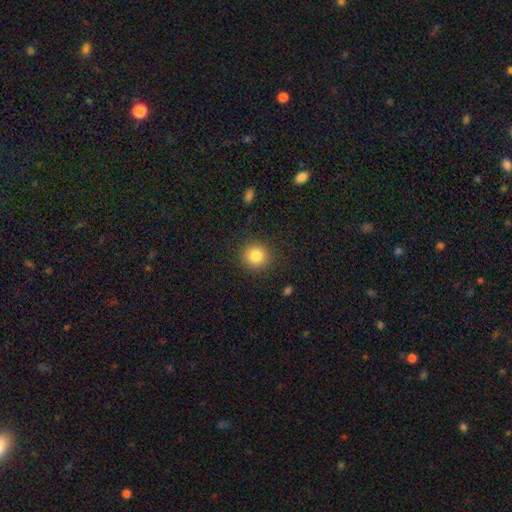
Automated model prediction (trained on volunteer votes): The model was most divided on "smooth or featured": smooth: 84%, star or artifact: 10%, featured or disk: 6%. More confident: how rounded — round (91%); merging — none (89%).